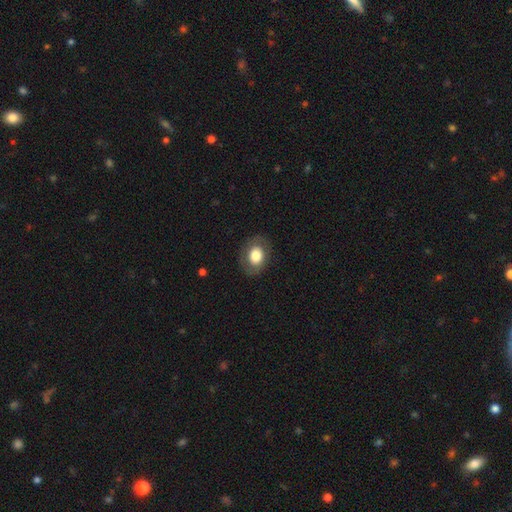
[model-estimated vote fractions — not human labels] Smooth or featured: smooth — 72% (featured or disk — 20%)
How rounded: in between — 60% (round — 40%)
Merging: none — 82% (minor disturbance — 12%)